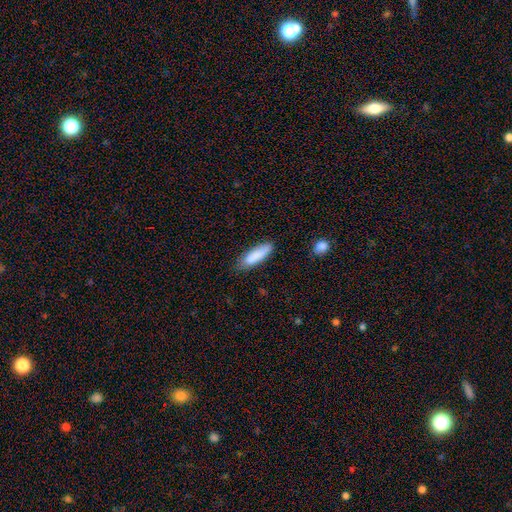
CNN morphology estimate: A smooth galaxy with no disk features (85%) that is cigar-shaped (55%).

Vote fractions:
- Smooth or featured? smooth: 85% / featured or disk: 8% / star or artifact: 6%
- How rounded? cigar-shaped: 55% / in between: 43% / round: 2%
- Merging? none: 72% / minor disturbance: 22% / major disturbance: 4% / merger: 2%